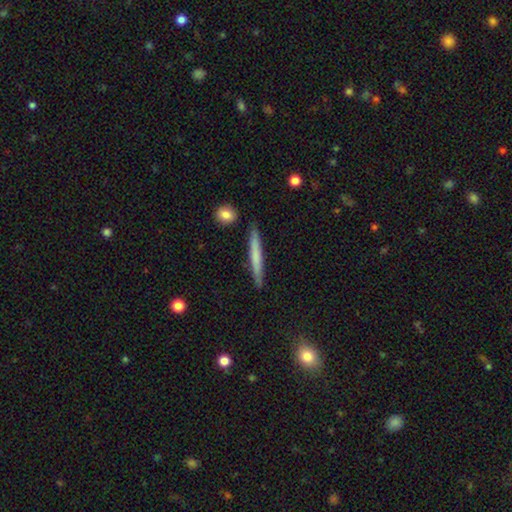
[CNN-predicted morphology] type=smooth (60%); roundness=cigar-shaped (96%); merging=none (89%).